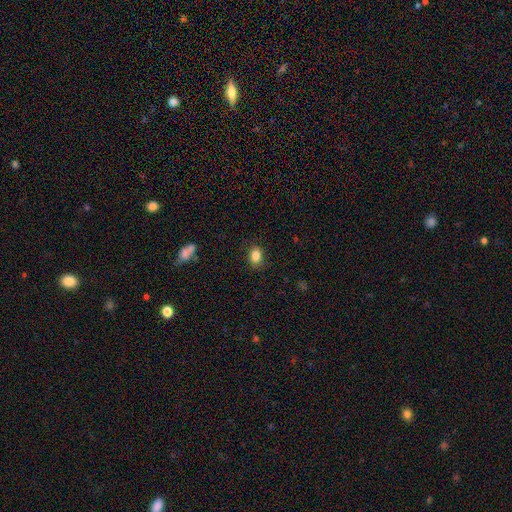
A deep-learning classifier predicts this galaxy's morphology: Q: Smooth or featured?
A: smooth (85%); runner-up: star or artifact (9%)
Q: How rounded?
A: in between (73%); runner-up: round (26%)
Q: Merging?
A: none (86%); runner-up: minor disturbance (10%)